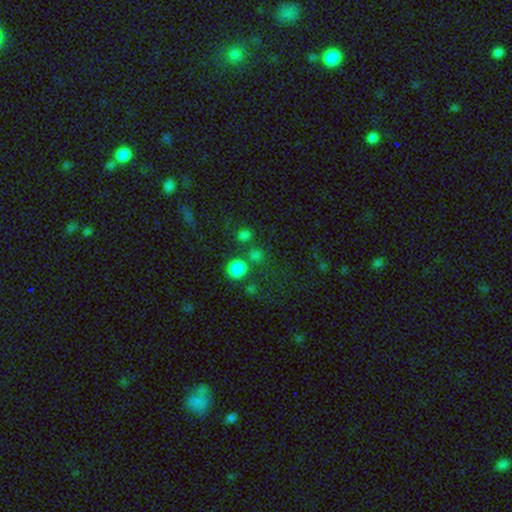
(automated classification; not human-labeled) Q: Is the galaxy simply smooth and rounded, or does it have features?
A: smooth — 76%.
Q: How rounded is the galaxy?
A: round — 84%.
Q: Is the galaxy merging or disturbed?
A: none — 73%.